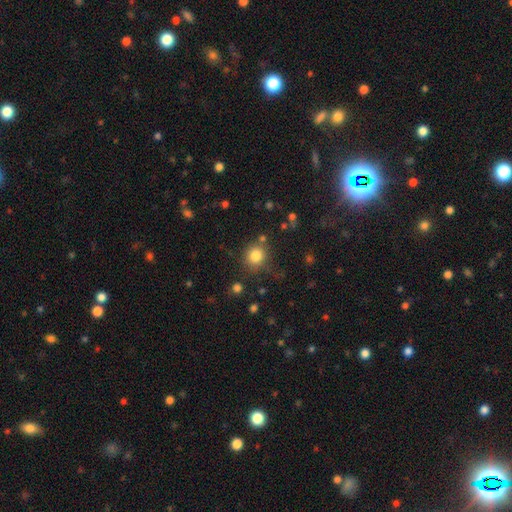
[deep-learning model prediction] Overall: smooth (82%). How rounded: round (85%). Merging: none (78%).